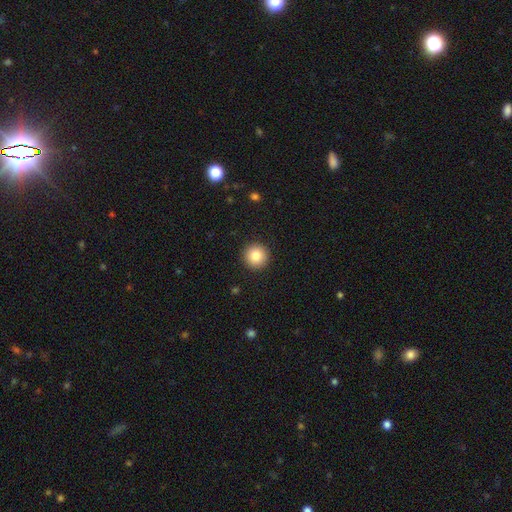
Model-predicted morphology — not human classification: Overall: smooth (83%). How rounded: round (96%). Merging: none (92%).